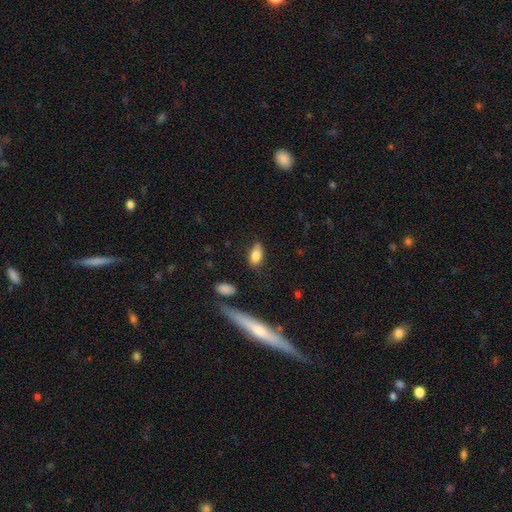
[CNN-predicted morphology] Smooth or featured? smooth (81%)
How rounded? in between (87%)
Merging? none (71%)